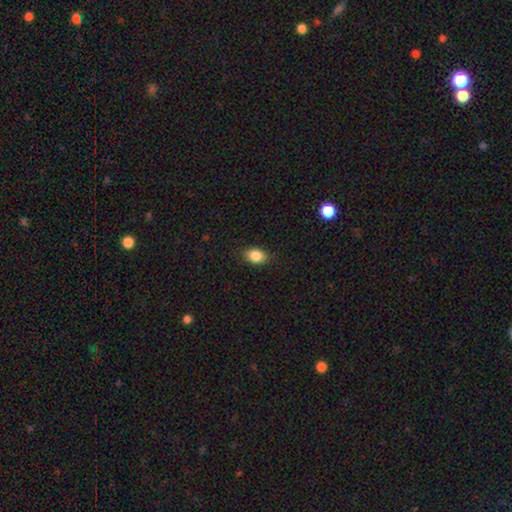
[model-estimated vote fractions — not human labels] A smooth galaxy with no disk features (86%) that is in between round and cigar-shaped (79%). Merging: none (86%).